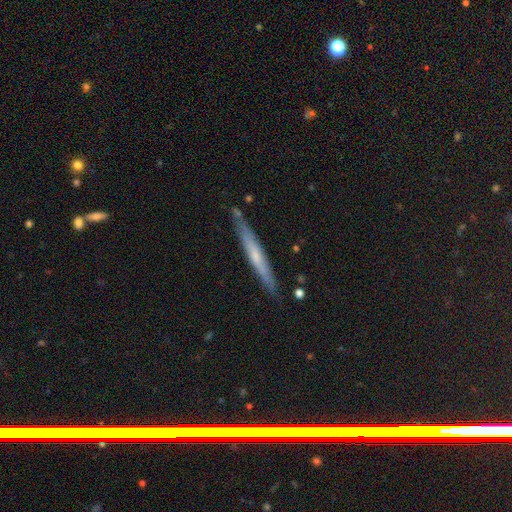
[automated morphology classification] smooth_or_featured: featured or disk (p=0.53) [alt: smooth p=0.41]
disk_edge_on: yes (p=0.93) [alt: no p=0.07]
merging: none (p=0.85) [alt: minor disturbance p=0.11]